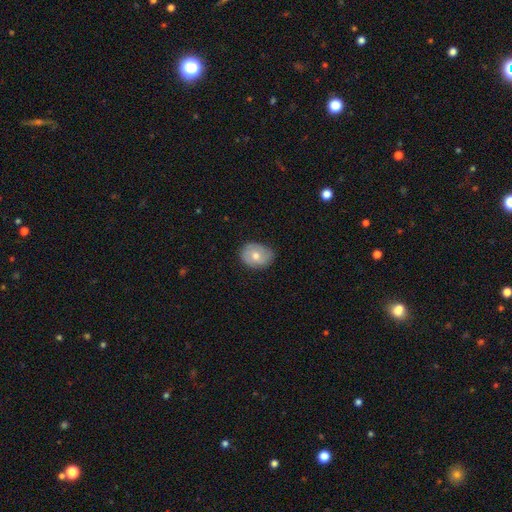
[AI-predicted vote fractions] smooth-or-featured: smooth: 61% | featured or disk: 32% | star or artifact: 8%
  how-rounded: in between: 60% | round: 39% | cigar-shaped: 1%
  merging: none: 78% | minor disturbance: 18% | major disturbance: 3% | merger: 1%